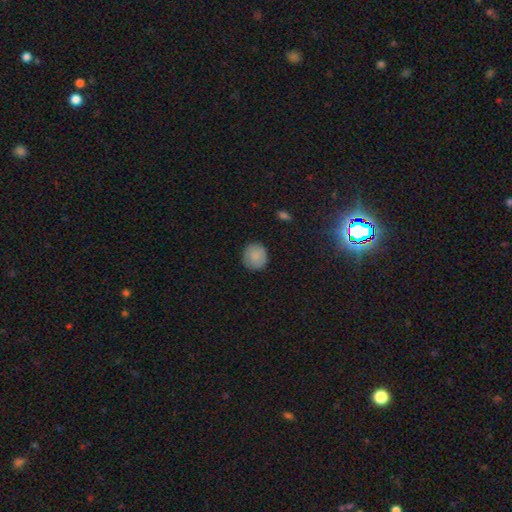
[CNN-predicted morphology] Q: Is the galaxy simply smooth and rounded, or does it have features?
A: smooth — 86%.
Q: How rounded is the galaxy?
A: round — 89%.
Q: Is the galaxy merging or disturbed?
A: none — 86%.